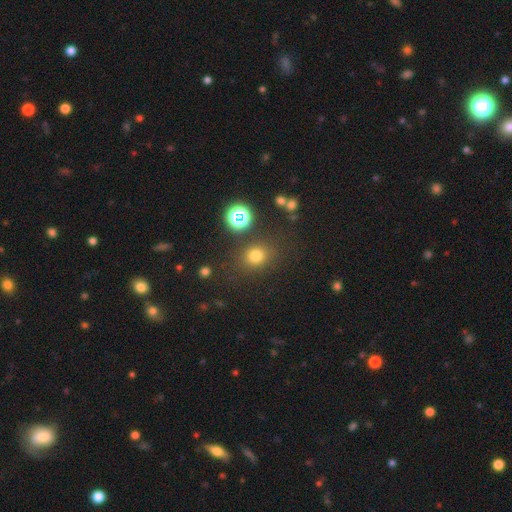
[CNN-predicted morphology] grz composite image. It shows a smooth galaxy with no disk features (73%) that is round (72%). Merging: none (80%).